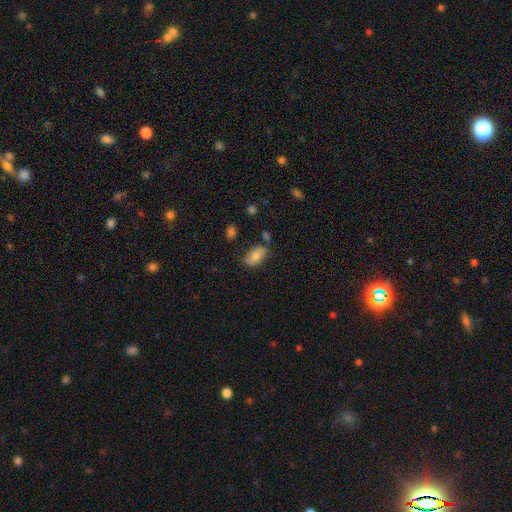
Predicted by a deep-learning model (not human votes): smooth_or_featured: smooth (p=0.77) [alt: featured or disk p=0.16]
how_rounded: in between (p=0.93) [alt: round p=0.05]
merging: none (p=0.70) [alt: minor disturbance p=0.19]